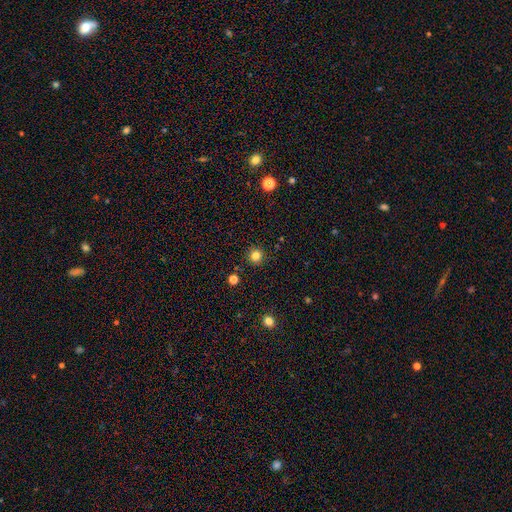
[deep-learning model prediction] Smooth or featured? smooth (81%)
How rounded? round (94%)
Merging? none (92%)